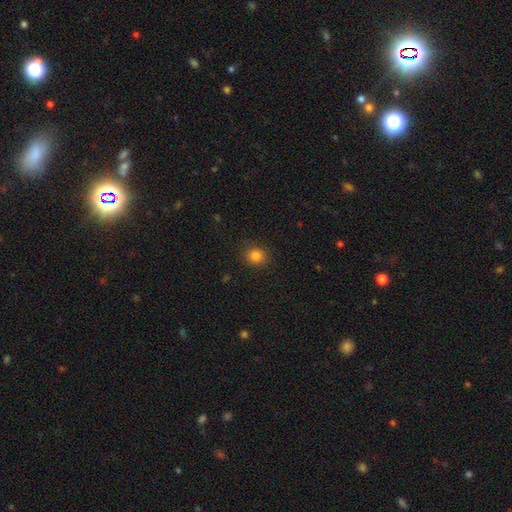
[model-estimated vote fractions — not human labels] A smooth galaxy with no disk features (83%) that is round (78%).

Vote fractions:
- Smooth or featured? smooth: 83% / star or artifact: 12% / featured or disk: 4%
- How rounded? round: 78% / in between: 21% / cigar-shaped: 1%
- Merging? none: 88% / minor disturbance: 8% / major disturbance: 3% / merger: 1%